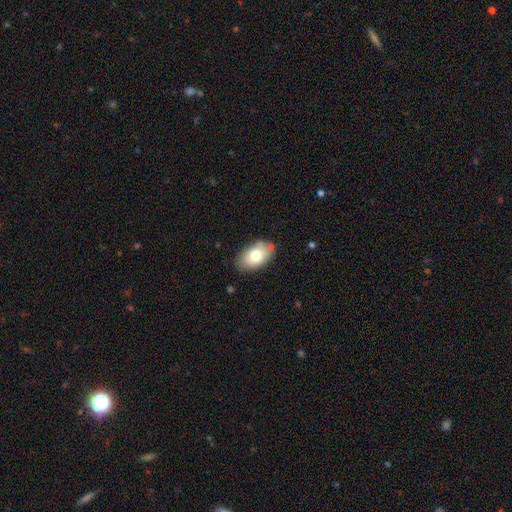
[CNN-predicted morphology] smooth_or_featured: smooth (p=0.76) [alt: featured or disk p=0.17]
how_rounded: in between (p=0.93) [alt: round p=0.06]
merging: none (p=0.79) [alt: minor disturbance p=0.15]